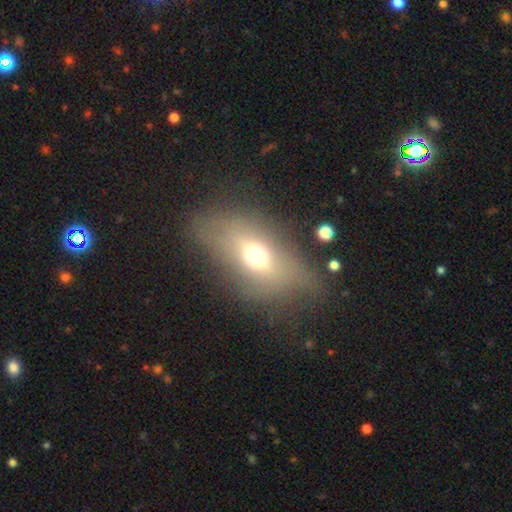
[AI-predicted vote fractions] The model was most divided on "smooth or featured": smooth: 57%, featured or disk: 30%, star or artifact: 13%. More confident: how rounded — in between (77%); merging — none (64%).